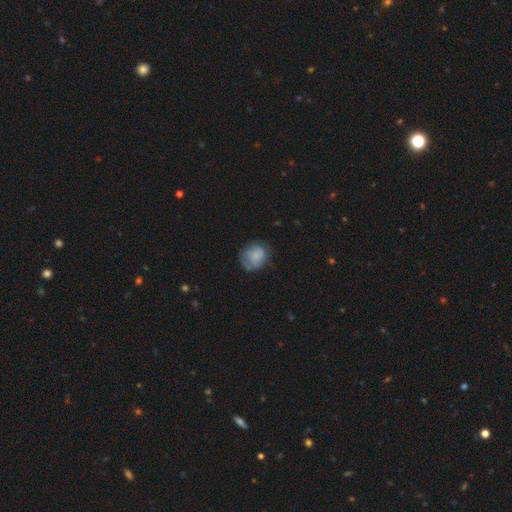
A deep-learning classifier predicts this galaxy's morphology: smooth 74%, featured or disk 17%, star or artifact 9%. Down the decision tree: how rounded — round (65%); merging — none (57%).